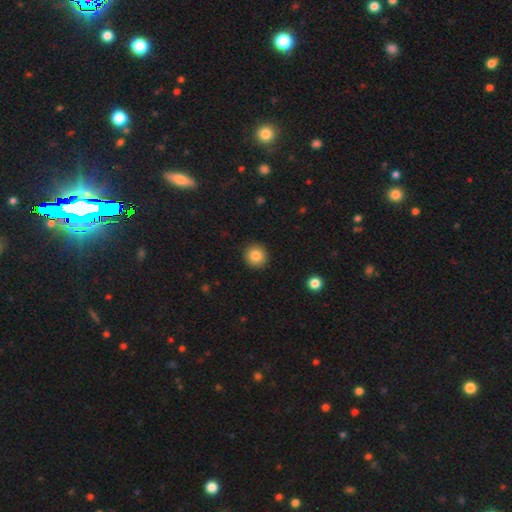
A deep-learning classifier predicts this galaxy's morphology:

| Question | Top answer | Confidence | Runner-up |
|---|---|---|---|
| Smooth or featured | smooth | 84% | star or artifact (10%) |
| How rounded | round | 89% | in between (10%) |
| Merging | none | 92% | minor disturbance (5%) |